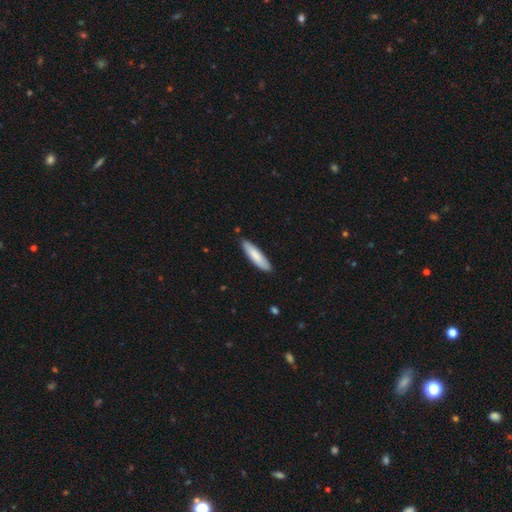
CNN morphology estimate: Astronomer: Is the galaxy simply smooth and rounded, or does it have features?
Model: smooth — 83%.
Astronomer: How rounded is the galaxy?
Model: cigar-shaped — 71%.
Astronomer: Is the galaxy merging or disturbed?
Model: none — 86%.